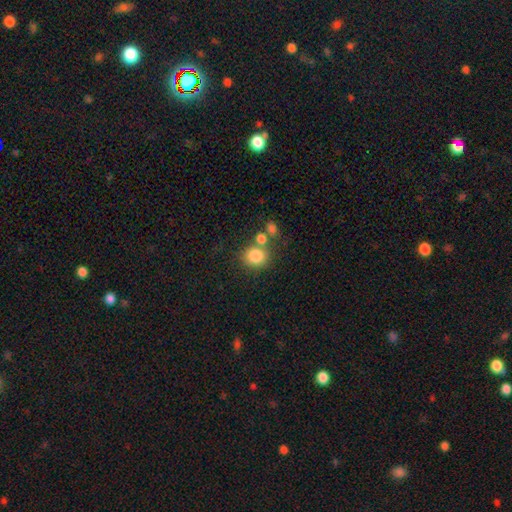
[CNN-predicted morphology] Smooth or featured?
  - smooth: 82% *
  - star or artifact: 10%
  - featured or disk: 7%
How rounded?
  - round: 77% *
  - in between: 22%
  - cigar-shaped: 1%
Merging?
  - none: 62% *
  - merger: 22%
  - minor disturbance: 12%
  - major disturbance: 5%